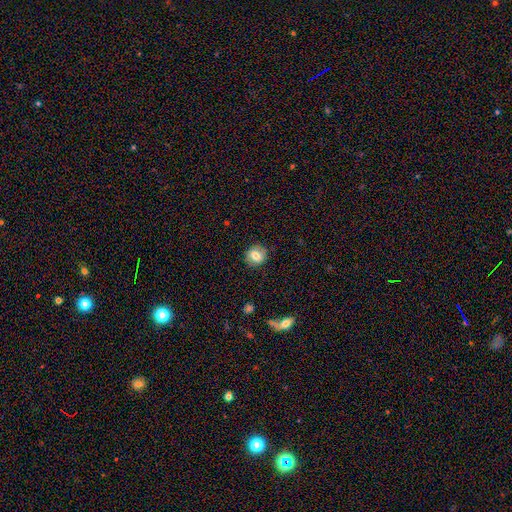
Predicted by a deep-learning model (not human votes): A smooth galaxy with no disk features (70%) that is round (81%).

Vote fractions:
- Smooth or featured? smooth: 70% / featured or disk: 20% / star or artifact: 9%
- How rounded? round: 81% / in between: 18% / cigar-shaped: 1%
- Merging? none: 86% / minor disturbance: 10% / major disturbance: 3% / merger: 1%